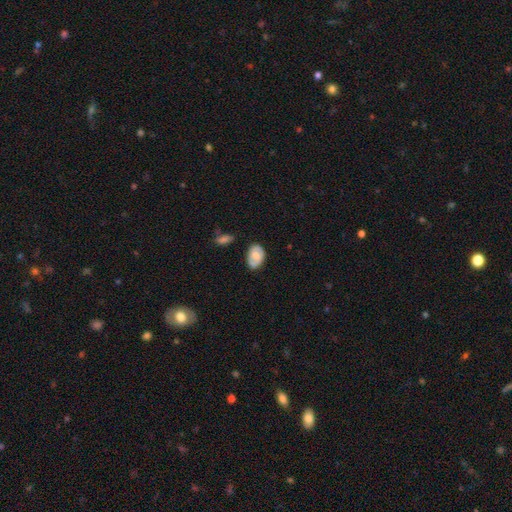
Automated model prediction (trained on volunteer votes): smooth_or_featured: smooth (p=0.50) [alt: featured or disk p=0.43]
how_rounded: in between (p=0.87) [alt: round p=0.11]
merging: none (p=0.65) [alt: minor disturbance p=0.25]